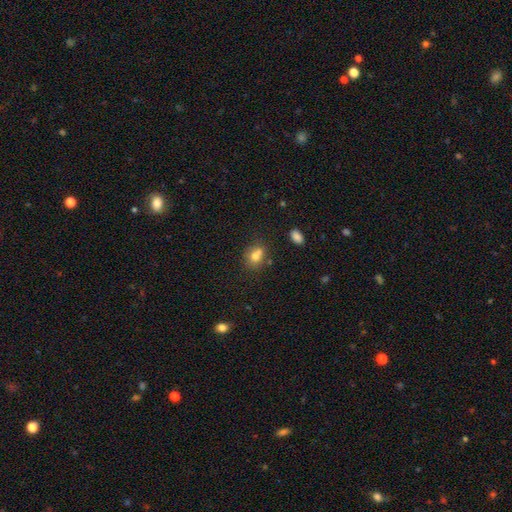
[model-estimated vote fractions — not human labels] The model was most divided on "how rounded": round: 55%, in between: 43%, cigar-shaped: 1%. Remaining: smooth or featured — smooth (74%); merging — none (50%).